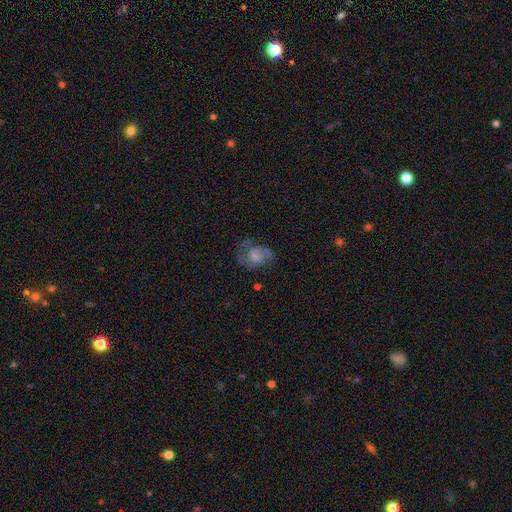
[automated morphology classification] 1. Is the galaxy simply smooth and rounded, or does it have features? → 52% featured or disk, 38% smooth, 10% star or artifact.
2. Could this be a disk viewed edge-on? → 97% no, 3% yes.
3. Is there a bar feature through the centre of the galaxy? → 60% no, 34% weak, 6% strong.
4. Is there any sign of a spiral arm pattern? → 81% yes, 19% no.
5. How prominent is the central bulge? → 34% none, 25% small, 25% moderate, 14% large, 3% dominant.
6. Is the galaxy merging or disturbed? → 48% none, 25% major disturbance, 25% minor disturbance, 3% merger.